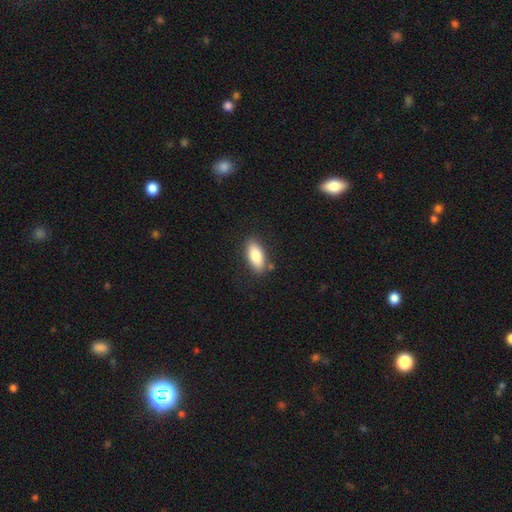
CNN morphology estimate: smooth_or_featured: smooth (p=0.83) [alt: featured or disk p=0.11]
how_rounded: in between (p=0.87) [alt: cigar-shaped p=0.11]
merging: none (p=0.82) [alt: minor disturbance p=0.12]